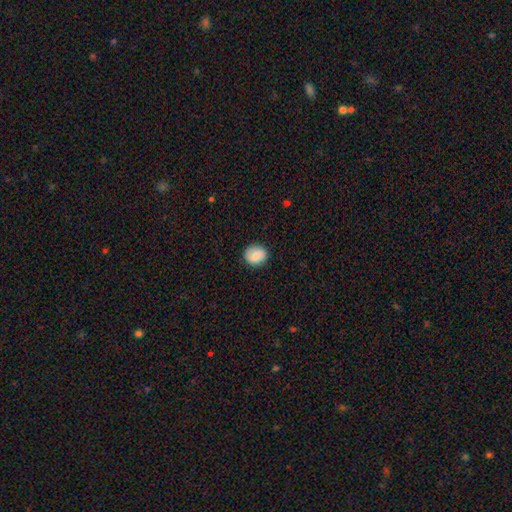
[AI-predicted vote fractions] This is clearly a smooth galaxy (81%). How rounded: likely round (71%). Merging: clearly none (87%).